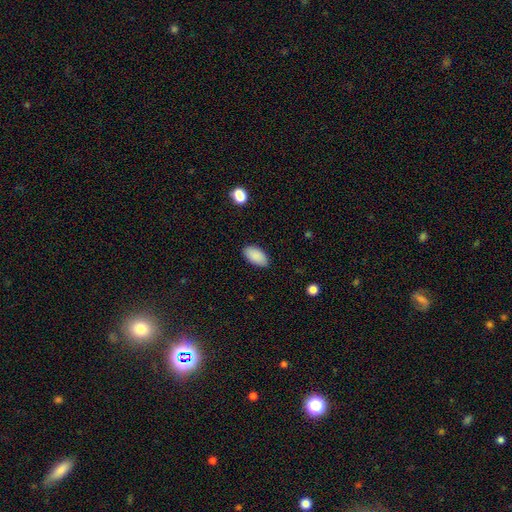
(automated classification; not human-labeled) smooth_or_featured: smooth (p=0.90) [alt: star or artifact p=0.07]
how_rounded: in between (p=0.95) [alt: round p=0.03]
merging: none (p=0.86) [alt: minor disturbance p=0.11]